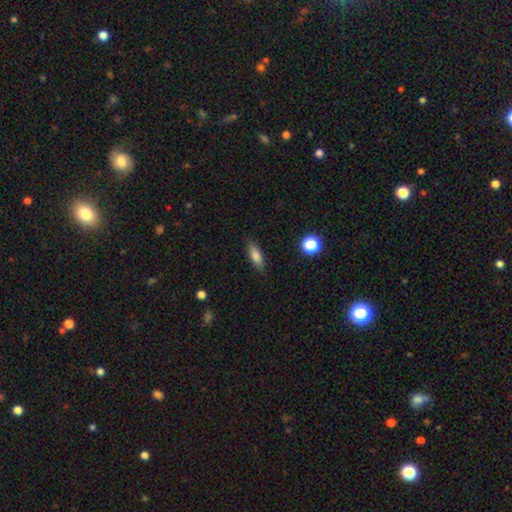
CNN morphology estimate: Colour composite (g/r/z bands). It shows a smooth galaxy with no disk features (79%) that is in between round and cigar-shaped (62%). Merging: none (86%).